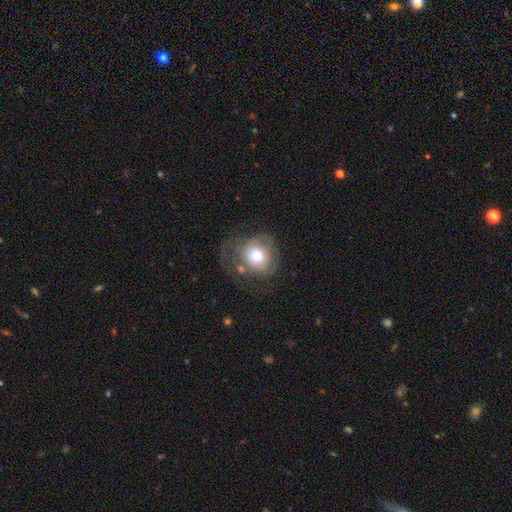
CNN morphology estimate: Smooth or featured? Predicted: smooth (p=0.64). How rounded? Predicted: round (p=0.81). Merging? Predicted: none (p=0.46).